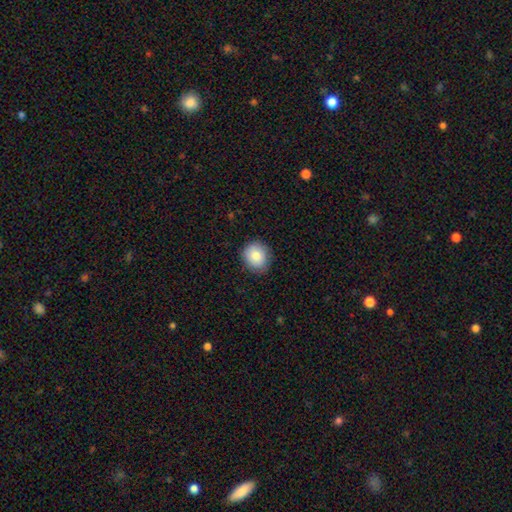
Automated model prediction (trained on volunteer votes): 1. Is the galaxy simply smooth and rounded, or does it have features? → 82% smooth, 9% featured or disk, 9% star or artifact.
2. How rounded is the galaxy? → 76% round, 23% in between, 1% cigar-shaped.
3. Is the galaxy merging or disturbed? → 85% none, 12% minor disturbance, 2% major disturbance, 1% merger.